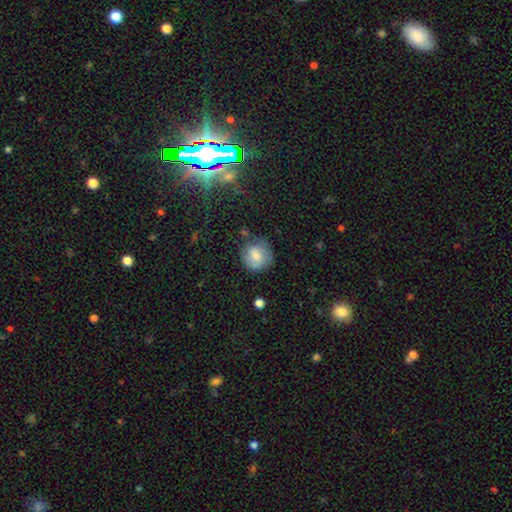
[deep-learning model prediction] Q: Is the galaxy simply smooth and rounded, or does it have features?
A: smooth — 73%.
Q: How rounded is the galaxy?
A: round — 86%.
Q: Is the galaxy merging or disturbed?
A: none — 69%.